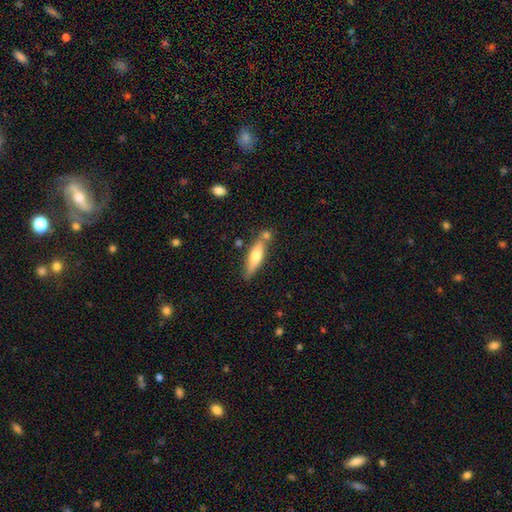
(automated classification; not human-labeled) smooth 57%, featured or disk 37%, star or artifact 6%. Down the decision tree: how rounded — cigar-shaped (70%); merging — none (67%).